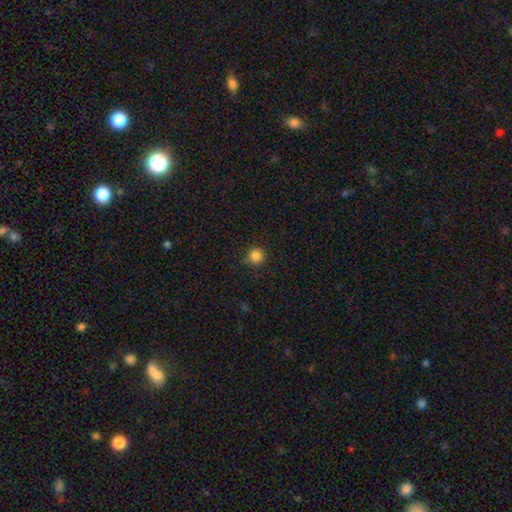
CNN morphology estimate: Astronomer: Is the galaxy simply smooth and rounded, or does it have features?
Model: smooth — 84%.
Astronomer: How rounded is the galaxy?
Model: round — 93%.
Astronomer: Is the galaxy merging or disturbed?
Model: none — 84%.